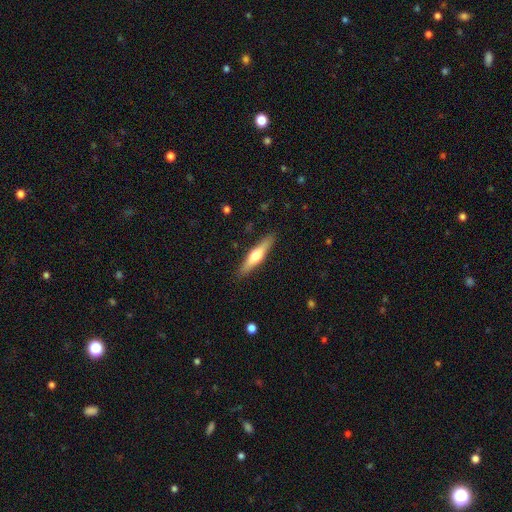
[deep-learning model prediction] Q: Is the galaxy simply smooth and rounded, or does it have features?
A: featured or disk — 51%.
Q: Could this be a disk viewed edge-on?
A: yes — 94%.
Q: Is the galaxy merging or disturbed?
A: none — 88%.